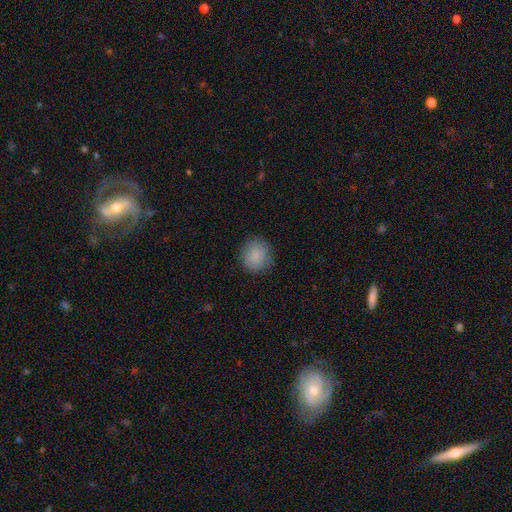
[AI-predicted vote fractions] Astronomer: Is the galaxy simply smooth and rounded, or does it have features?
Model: smooth — 86%.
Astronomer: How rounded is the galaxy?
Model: round — 82%.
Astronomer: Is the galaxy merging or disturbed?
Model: none — 83%.